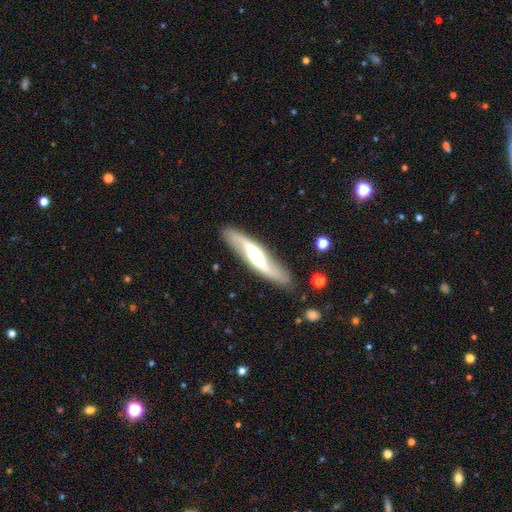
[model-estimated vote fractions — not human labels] This appears to be a featured or disk galaxy (72%). Merging: none (84%).